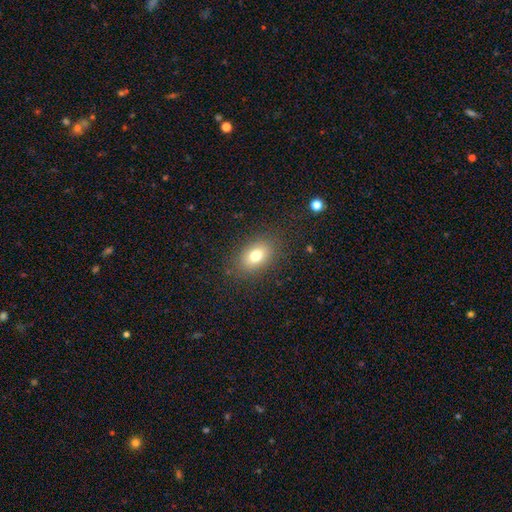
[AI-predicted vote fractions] A smooth galaxy with no disk features (76%) that is in between round and cigar-shaped (79%).

Vote fractions:
- Smooth or featured? smooth: 76% / featured or disk: 13% / star or artifact: 11%
- How rounded? in between: 79% / round: 20% / cigar-shaped: 1%
- Merging? none: 84% / minor disturbance: 10% / major disturbance: 4% / merger: 1%